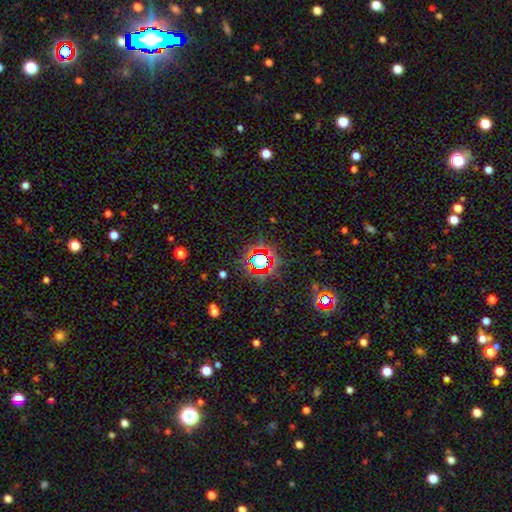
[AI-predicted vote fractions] Smooth or featured: star or artifact — 75% (smooth — 16%)